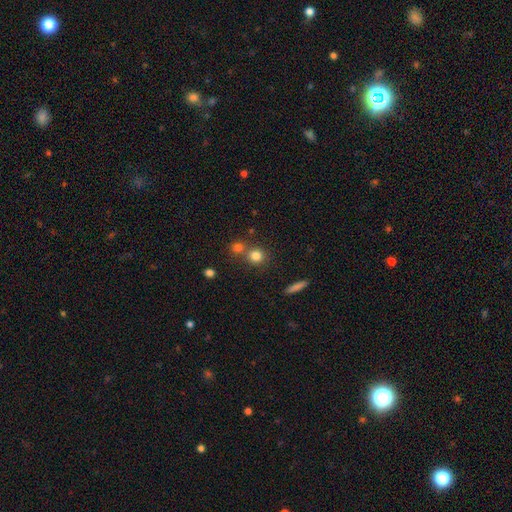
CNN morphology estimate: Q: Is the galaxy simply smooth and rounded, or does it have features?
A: smooth — 79%.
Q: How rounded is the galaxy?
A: round — 87%.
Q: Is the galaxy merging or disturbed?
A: none — 61%.